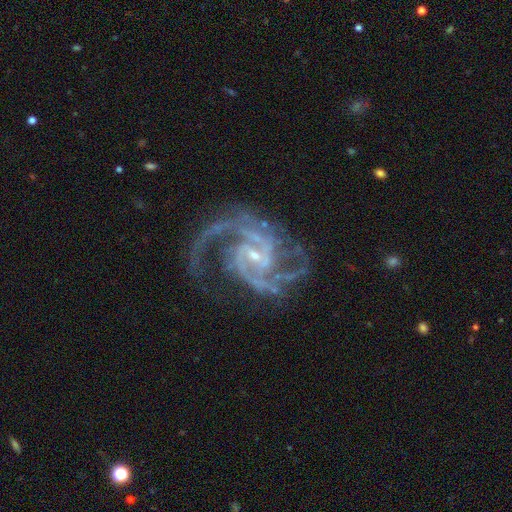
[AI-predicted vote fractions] Morphology: type=featured or disk (93%); edge-on=no (98%); bar=weak (46%); spiral arms=yes (99%); winding=medium (60%); arm count=2 (58%); bulge=small (77%); merging=none (68%).